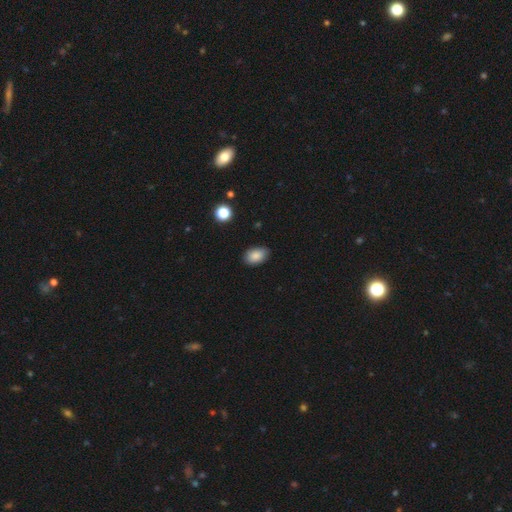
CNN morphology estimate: smooth_or_featured: smooth (p=0.87) [alt: star or artifact p=0.08]
how_rounded: in between (p=0.89) [alt: round p=0.10]
merging: none (p=0.83) [alt: minor disturbance p=0.13]